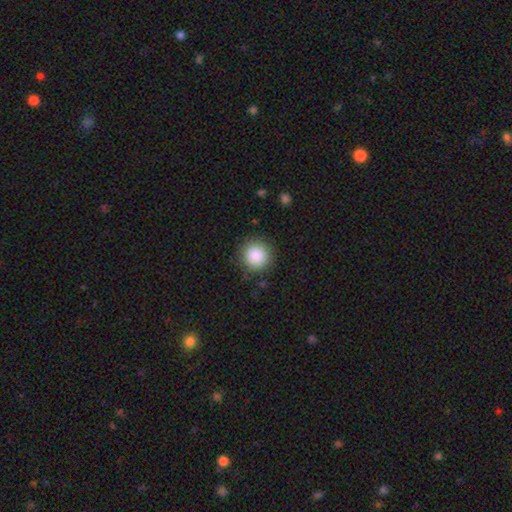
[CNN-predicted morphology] smooth-or-featured: smooth: 88% | star or artifact: 9% | featured or disk: 3%
  how-rounded: round: 95% | in between: 5% | cigar-shaped: 1%
  merging: none: 88% | minor disturbance: 8% | major disturbance: 3% | merger: 1%